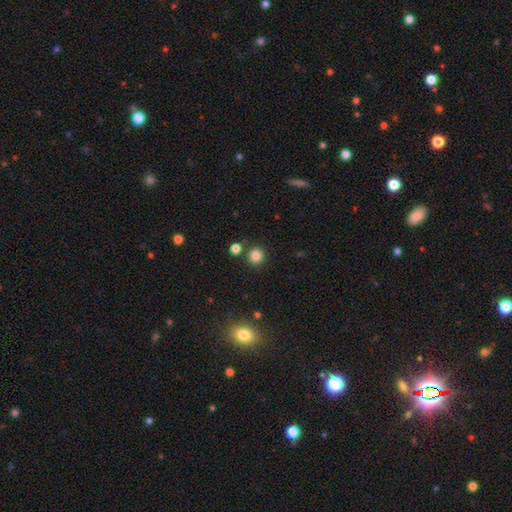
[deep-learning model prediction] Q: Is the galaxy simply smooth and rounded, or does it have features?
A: smooth — 83%.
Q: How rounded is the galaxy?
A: round — 92%.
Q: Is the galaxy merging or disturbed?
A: none — 83%.